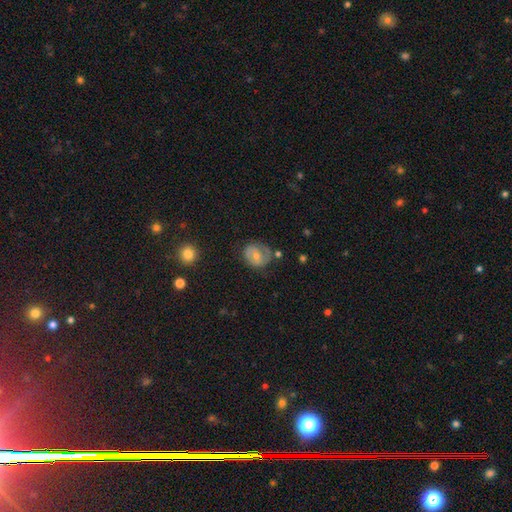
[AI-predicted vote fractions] A smooth galaxy with no disk features (50%) that is round (62%). Merging: none (60%).